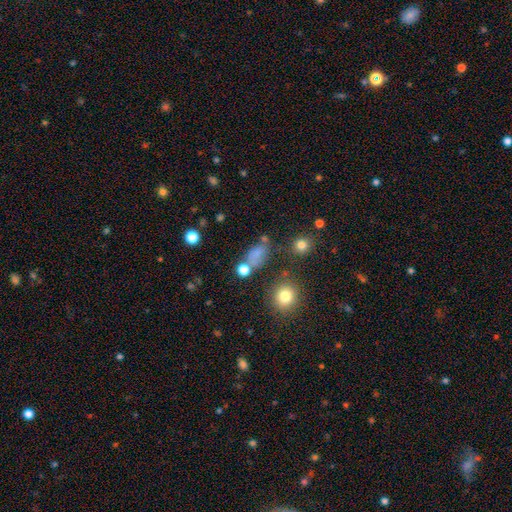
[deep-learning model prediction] This is likely a smooth galaxy (70%). How rounded: likely in between (73%). Merging: possibly none (54%).